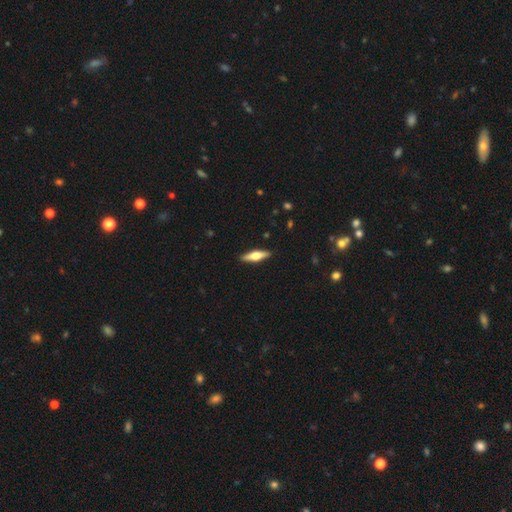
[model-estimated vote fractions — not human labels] Smooth or featured? Predicted: featured or disk (p=0.53). Edge-on disk? Predicted: yes (p=0.95). Edge-on bulge? Predicted: rounded (p=0.94). Merging? Predicted: none (p=0.91).